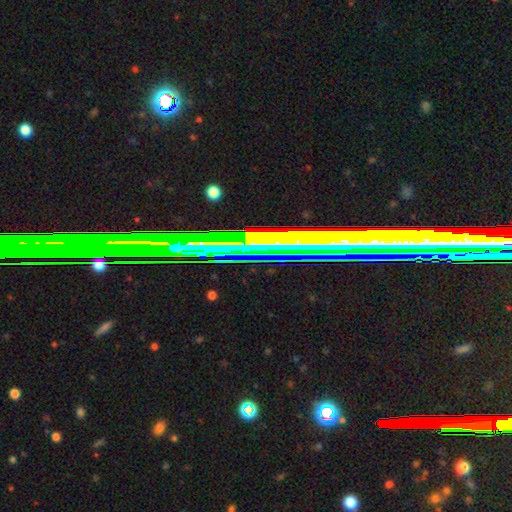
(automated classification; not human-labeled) This appears to be a star or artifact, not a galaxy (58%).